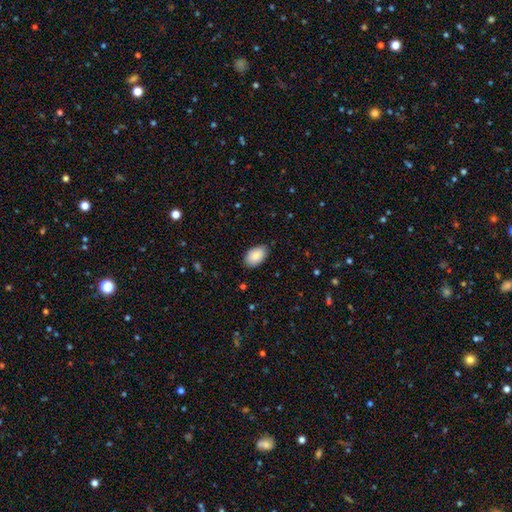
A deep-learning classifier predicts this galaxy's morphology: A smooth galaxy with no disk features (86%) that is in between round and cigar-shaped (93%). Merging: none (82%).